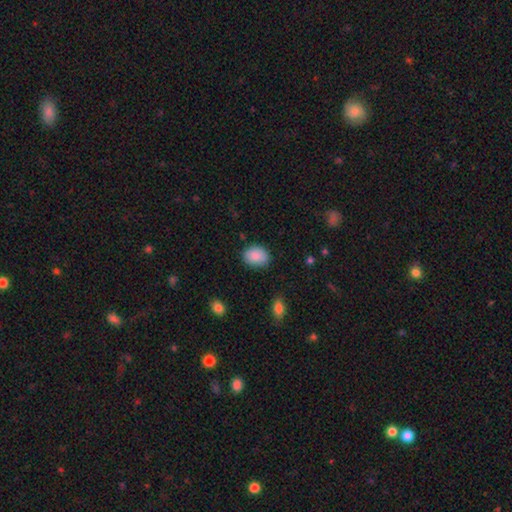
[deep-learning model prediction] This appears to be a smooth galaxy with no disk features (88%) that is in between round and cigar-shaped (70%). Merging: none (82%).